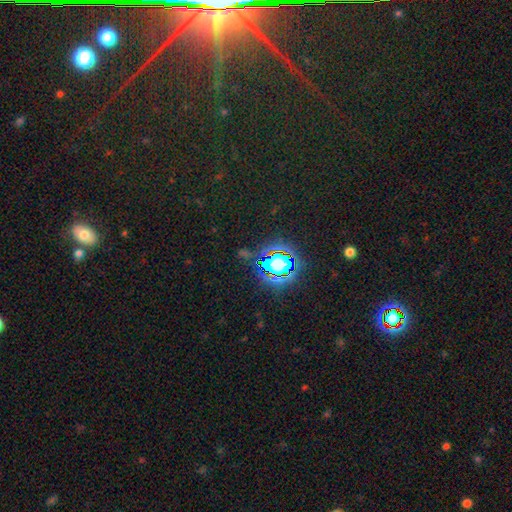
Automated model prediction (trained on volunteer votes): Smooth or featured? Predicted: star or artifact (p=0.80).